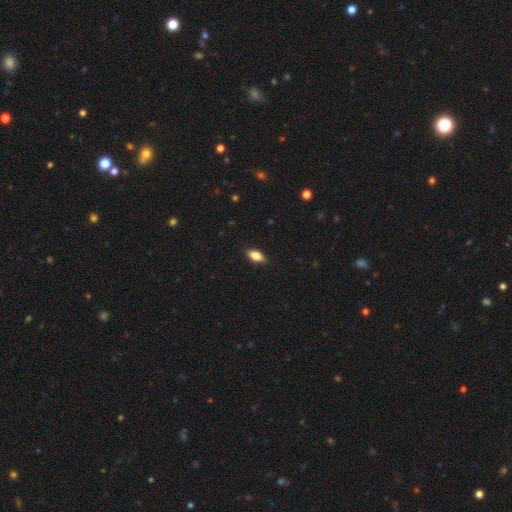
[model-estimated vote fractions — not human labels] Smooth or featured?
  - smooth: 78% *
  - featured or disk: 15%
  - star or artifact: 7%
How rounded?
  - in between: 87% *
  - cigar-shaped: 9%
  - round: 4%
Merging?
  - none: 87% *
  - minor disturbance: 10%
  - major disturbance: 2%
  - merger: 1%